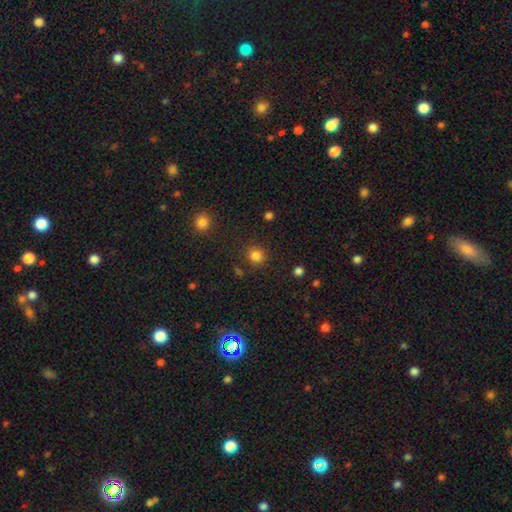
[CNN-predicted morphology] type=smooth (83%); roundness=round (89%); merging=none (85%).